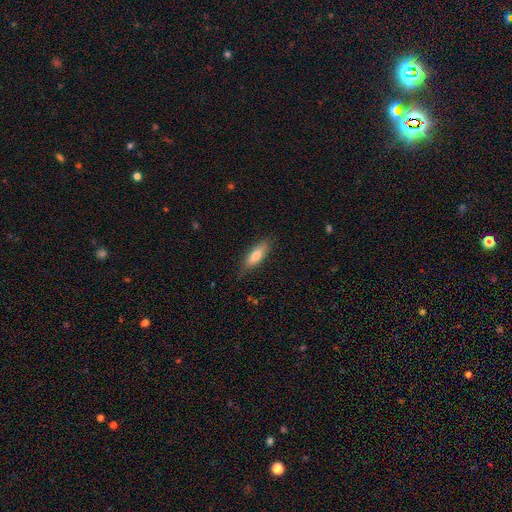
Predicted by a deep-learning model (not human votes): smooth 72%, featured or disk 22%, star or artifact 6%. Down the decision tree: how rounded — in between (55%); merging — none (78%).